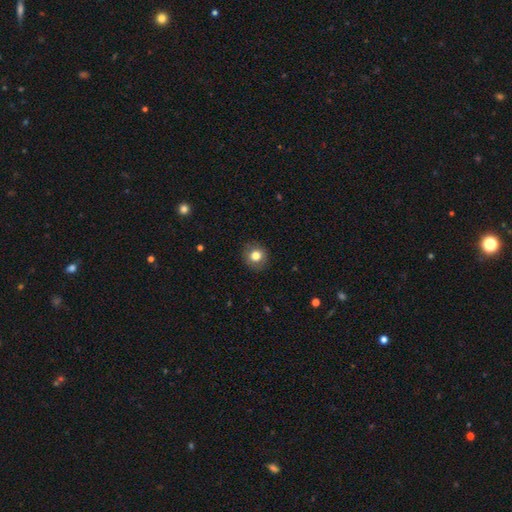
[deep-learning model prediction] smooth-or-featured: smooth: 80% | star or artifact: 10% | featured or disk: 10%
  how-rounded: round: 89% | in between: 10% | cigar-shaped: 1%
  merging: none: 89% | minor disturbance: 8% | major disturbance: 2% | merger: 1%